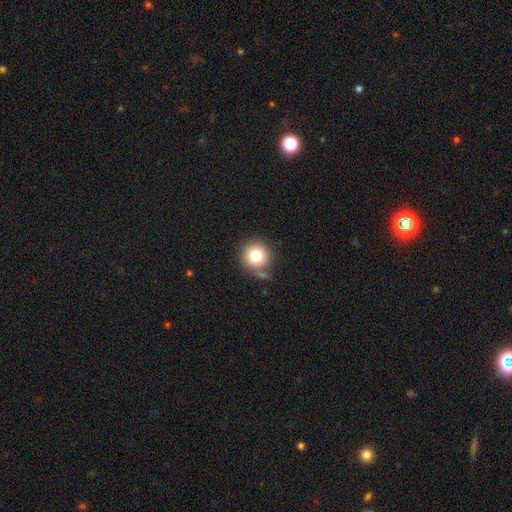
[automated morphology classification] A smooth galaxy with no disk features (83%) that is round (92%).

Vote fractions:
- Smooth or featured? smooth: 83% / star or artifact: 9% / featured or disk: 8%
- How rounded? round: 92% / in between: 7% / cigar-shaped: 1%
- Merging? none: 70% / minor disturbance: 16% / merger: 9% / major disturbance: 5%